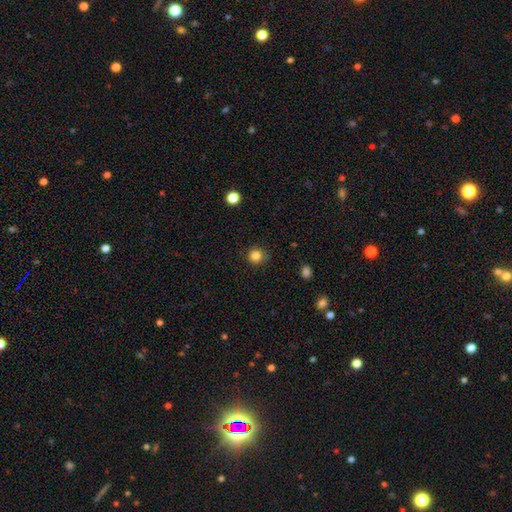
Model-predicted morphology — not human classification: smooth 83%, star or artifact 12%, featured or disk 4%. Down the decision tree: how rounded — round (93%); merging — none (84%).